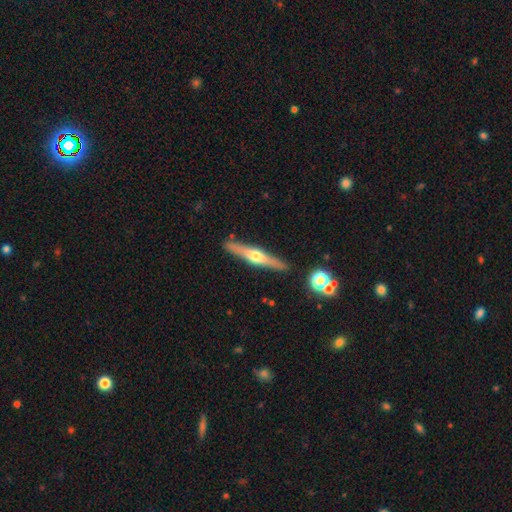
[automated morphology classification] Overall: featured or disk (68%). Edge-on disk: yes (97%). Edge-on bulge: rounded (91%). Merging: none (89%).